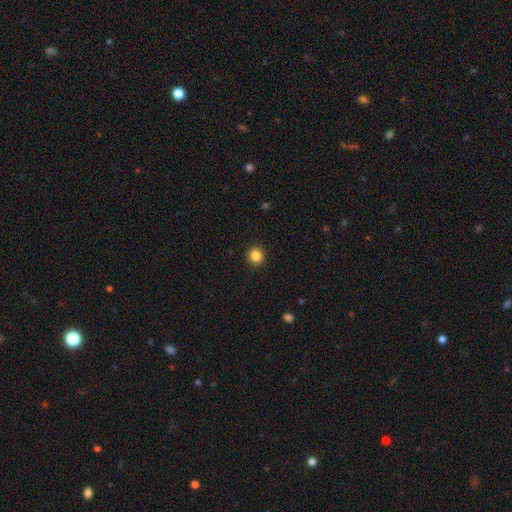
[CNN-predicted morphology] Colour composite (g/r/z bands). It shows a smooth galaxy with no disk features (85%) that is round (90%). Merging: none (92%).